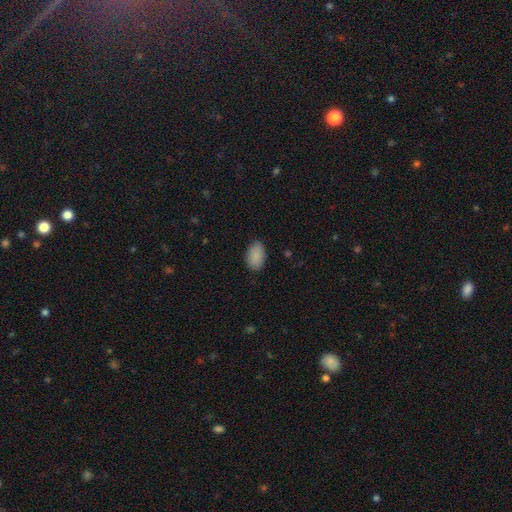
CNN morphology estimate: Smooth or featured? Predicted: smooth (p=0.89). How rounded? Predicted: in between (p=0.91). Merging? Predicted: none (p=0.84).